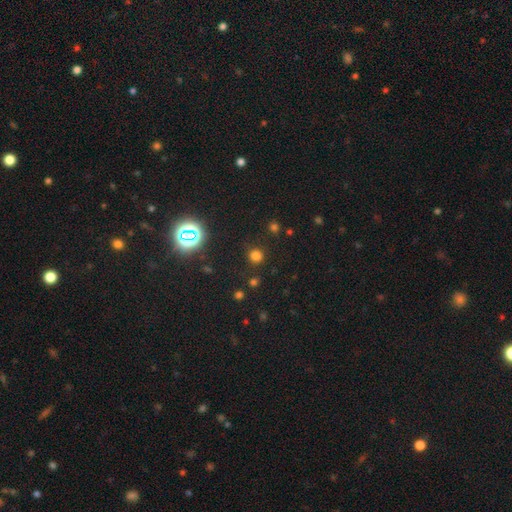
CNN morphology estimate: smooth-or-featured: smooth: 70% | star or artifact: 25% | featured or disk: 5%
  how-rounded: round: 91% | in between: 8% | cigar-shaped: 1%
  merging: none: 85% | minor disturbance: 9% | major disturbance: 4% | merger: 2%